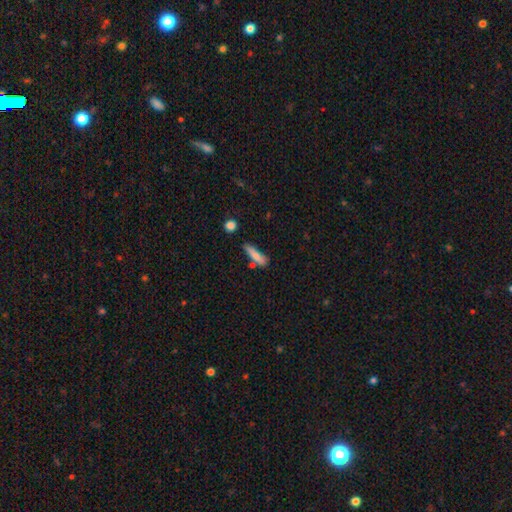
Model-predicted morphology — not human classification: Q: Smooth or featured?
A: smooth (79%); runner-up: featured or disk (14%)
Q: How rounded?
A: cigar-shaped (77%); runner-up: in between (21%)
Q: Merging?
A: none (67%); runner-up: minor disturbance (20%)